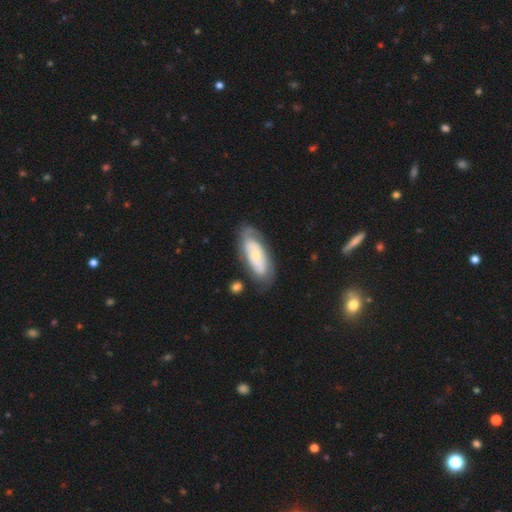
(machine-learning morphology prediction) This appears to be a featured or disk galaxy (61%) with no bar (78%), spiral arms (70%) and a small central bulge (66%). Merging: none (70%).